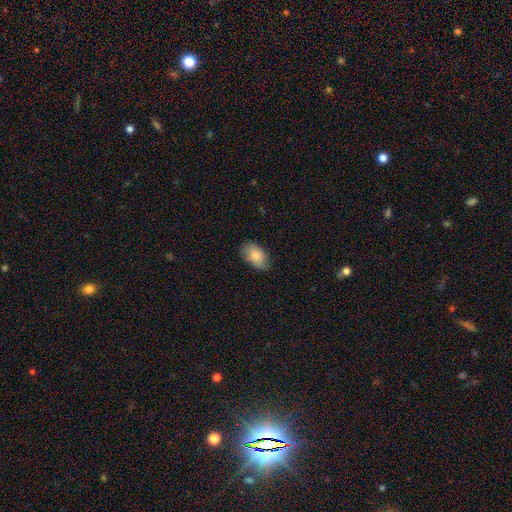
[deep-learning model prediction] Overall: smooth (85%). How rounded: in between (92%). Merging: none (77%).